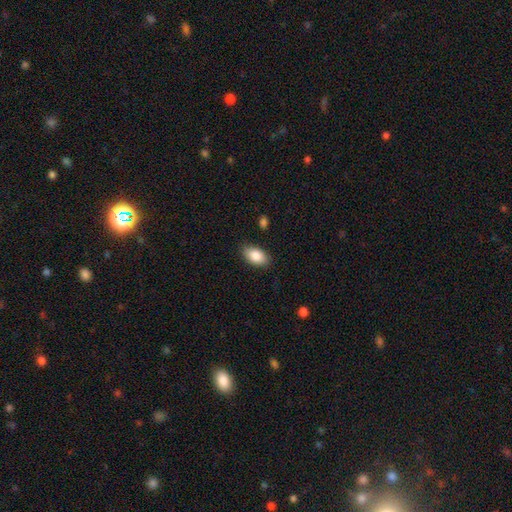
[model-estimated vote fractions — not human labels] This is clearly a smooth galaxy (86%). How rounded: clearly in between (93%). Merging: clearly none (85%).